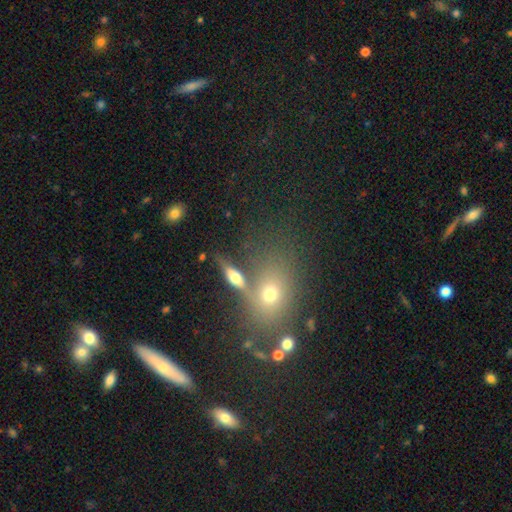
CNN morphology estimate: A smooth galaxy with no disk features (53%) that is in between round and cigar-shaped (55%). Merging: none (68%).